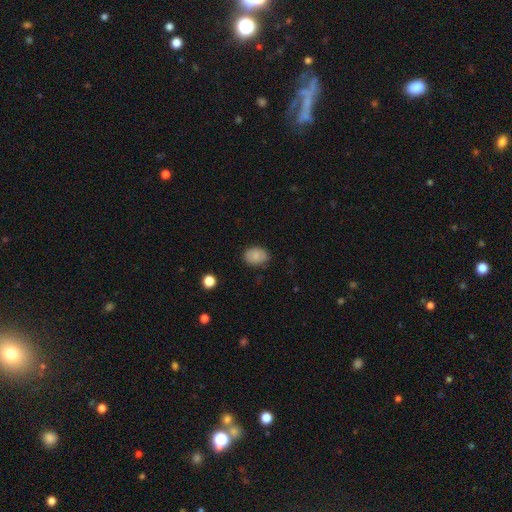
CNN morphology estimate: smooth 81%, featured or disk 11%, star or artifact 8%. Down the decision tree: how rounded — in between (68%); merging — none (81%).